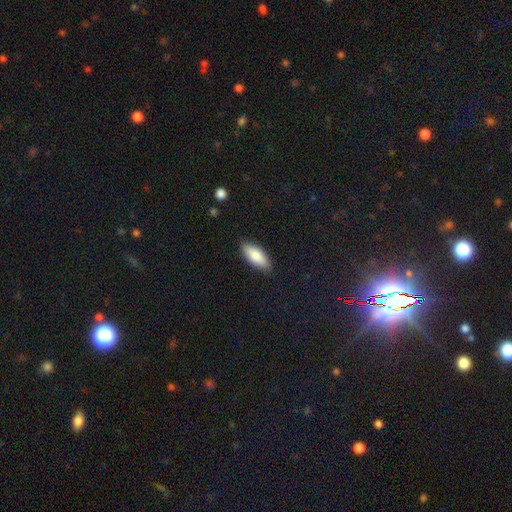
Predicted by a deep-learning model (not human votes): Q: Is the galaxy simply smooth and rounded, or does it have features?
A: smooth — 84%.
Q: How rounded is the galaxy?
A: in between — 81%.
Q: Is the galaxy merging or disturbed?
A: none — 87%.